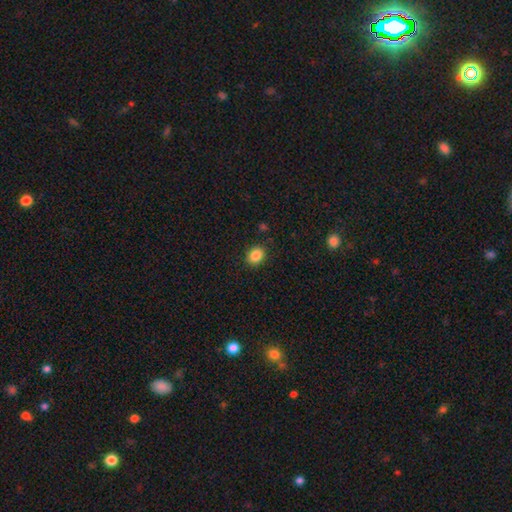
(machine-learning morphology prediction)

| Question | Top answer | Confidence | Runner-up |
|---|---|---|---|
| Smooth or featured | smooth | 87% | star or artifact (9%) |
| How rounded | in between | 56% | round (43%) |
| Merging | none | 88% | minor disturbance (9%) |